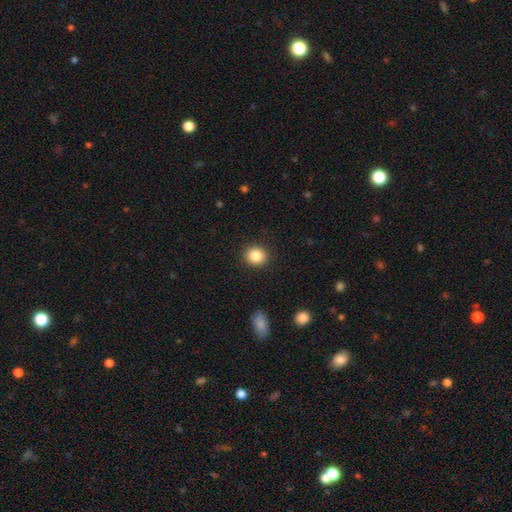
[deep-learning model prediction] This is clearly a smooth galaxy (86%). How rounded: likely round (78%). Merging: clearly none (90%).